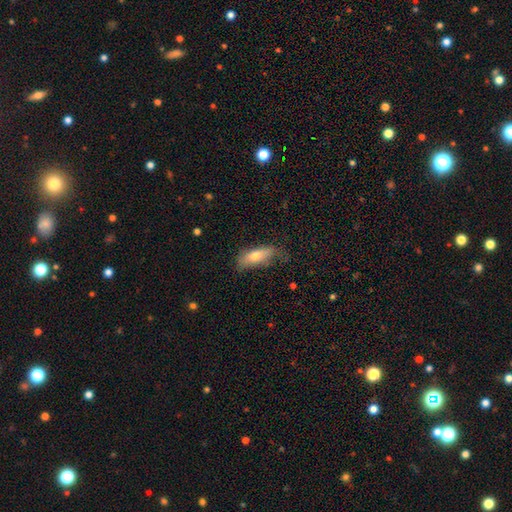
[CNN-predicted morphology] smooth 67%, featured or disk 25%, star or artifact 8%. Down the decision tree: how rounded — in between (62%); merging — none (58%).